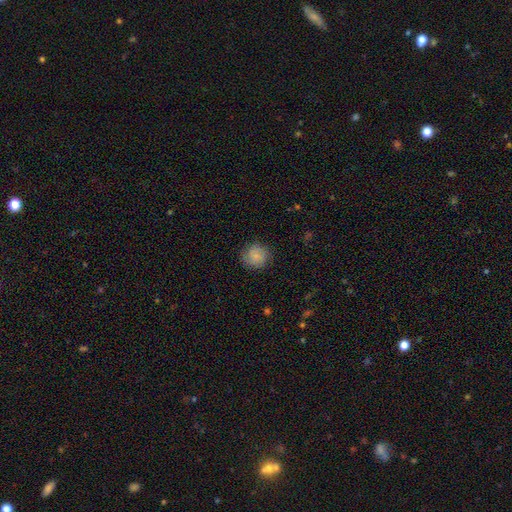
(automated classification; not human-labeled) Smooth or featured? smooth (70%)
How rounded? round (88%)
Merging? none (80%)